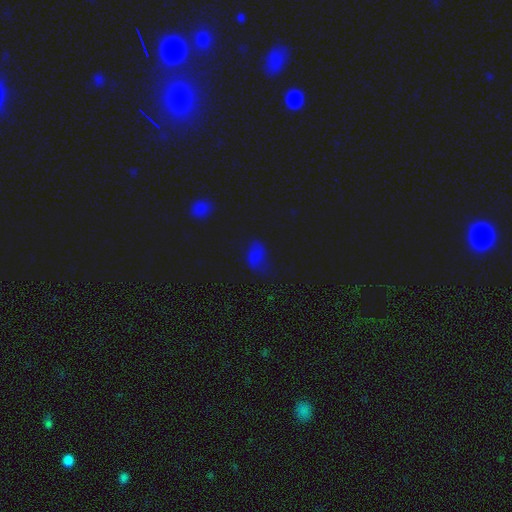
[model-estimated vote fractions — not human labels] Morphology: type=smooth (56%); roundness=in between (83%); merging=none (56%).